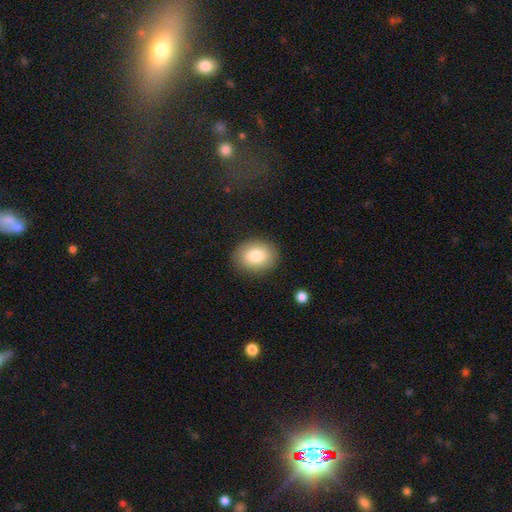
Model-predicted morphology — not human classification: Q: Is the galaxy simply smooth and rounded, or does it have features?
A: smooth — 82%.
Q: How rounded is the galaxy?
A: in between — 57%.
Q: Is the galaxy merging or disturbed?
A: none — 87%.